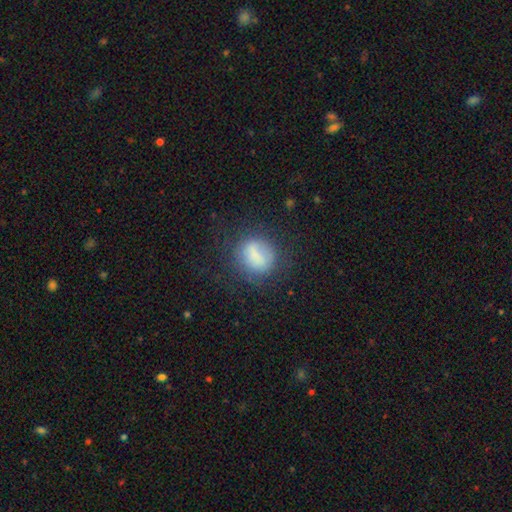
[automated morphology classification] The model was most divided on "how rounded": round: 67%, in between: 31%, cigar-shaped: 2%. More confident: smooth or featured — smooth (70%); merging — none (63%).